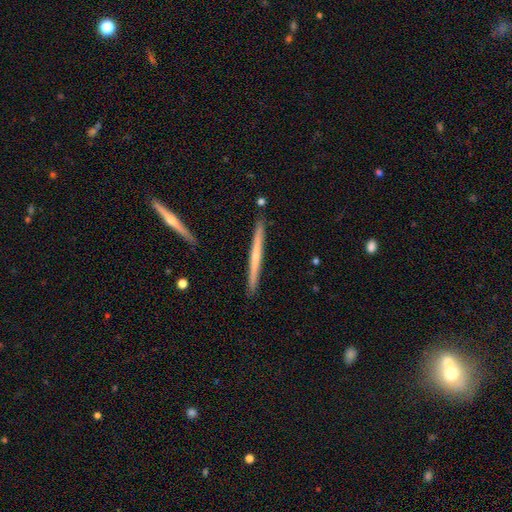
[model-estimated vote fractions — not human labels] Overall: featured or disk (57%; smooth 37%). Edge-on disk: yes (98%). Edge-on bulge: none (61%; rounded 34%). Merging: none (91%).